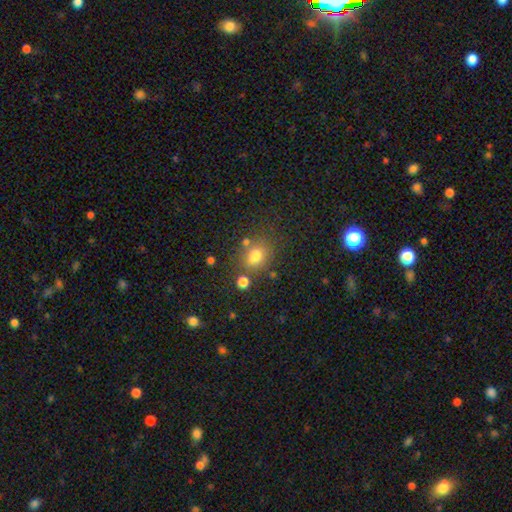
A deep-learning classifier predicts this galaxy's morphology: smooth-or-featured: smooth: 74% | star or artifact: 15% | featured or disk: 11%
  how-rounded: round: 61% | in between: 38% | cigar-shaped: 1%
  merging: none: 67% | minor disturbance: 16% | merger: 11% | major disturbance: 6%